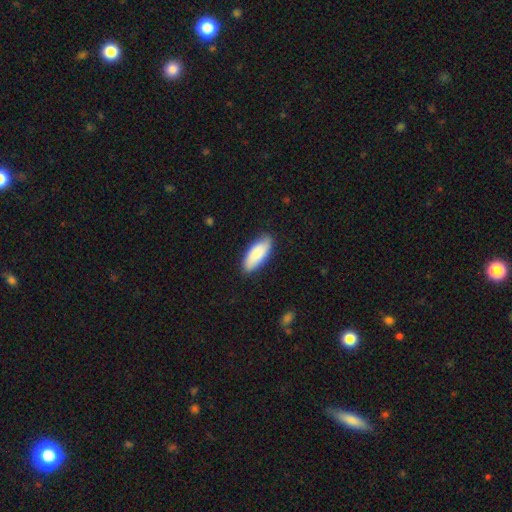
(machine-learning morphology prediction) Smooth or featured? Predicted: smooth (p=0.84). How rounded? Predicted: in between (p=0.80). Merging? Predicted: none (p=0.84).